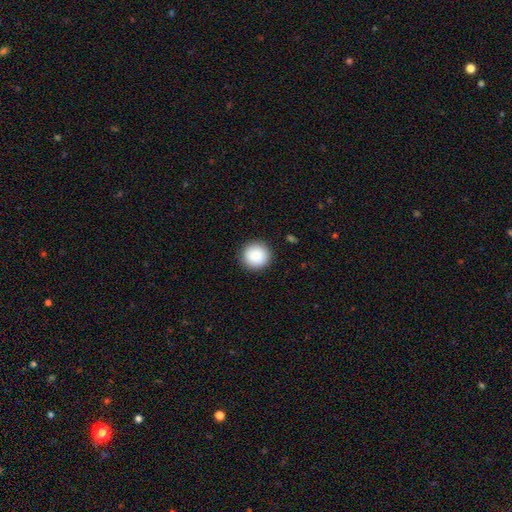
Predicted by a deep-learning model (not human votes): Smooth or featured? smooth (88%)
How rounded? round (94%)
Merging? none (91%)